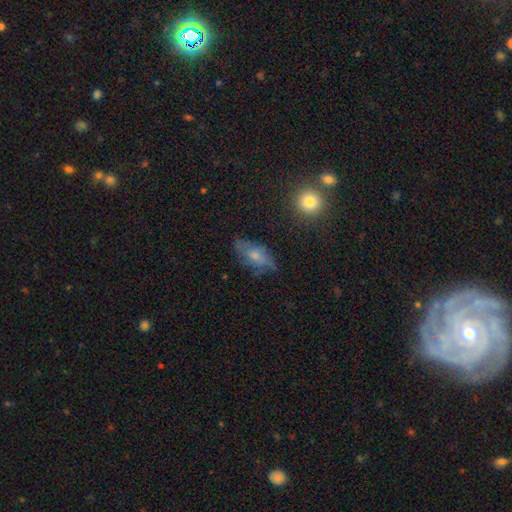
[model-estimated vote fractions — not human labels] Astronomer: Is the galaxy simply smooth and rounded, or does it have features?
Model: smooth — 51% (runner-up: featured or disk, 39%).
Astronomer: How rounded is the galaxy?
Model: in between — 86%.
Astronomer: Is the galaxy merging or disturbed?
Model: none — 58%.